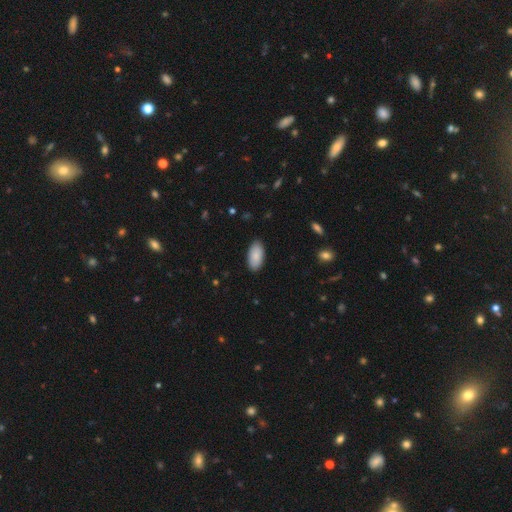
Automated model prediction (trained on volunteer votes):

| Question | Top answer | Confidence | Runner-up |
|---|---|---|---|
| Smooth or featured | smooth | 88% | featured or disk (7%) |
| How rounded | in between | 94% | cigar-shaped (4%) |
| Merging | none | 88% | minor disturbance (9%) |